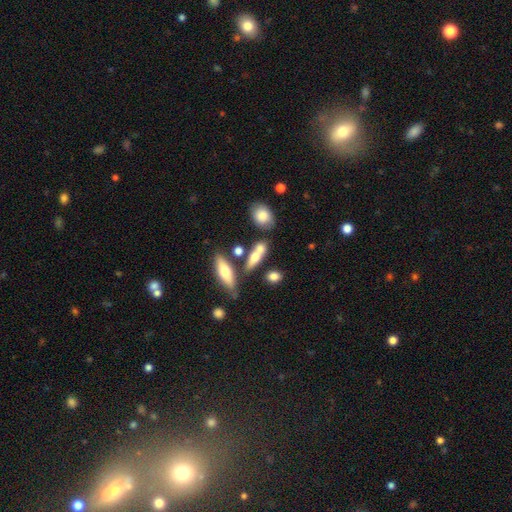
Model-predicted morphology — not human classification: This is likely a smooth galaxy (61%). How rounded: possibly in between (52%). Merging: possibly none (47%).